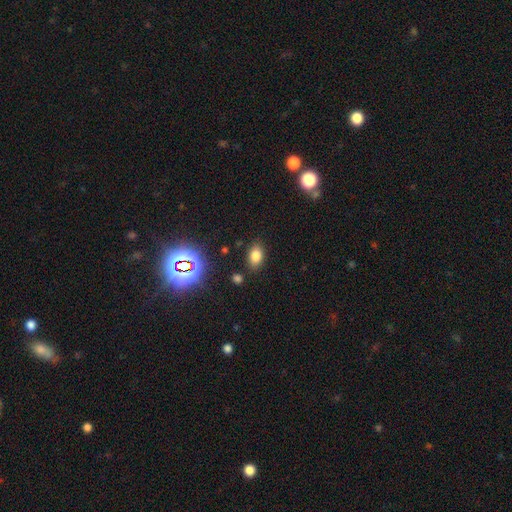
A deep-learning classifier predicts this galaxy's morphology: A smooth galaxy with no disk features (76%) that is in between round and cigar-shaped (85%).

Vote fractions:
- Smooth or featured? smooth: 76% / star or artifact: 16% / featured or disk: 8%
- How rounded? in between: 85% / round: 14% / cigar-shaped: 2%
- Merging? none: 83% / minor disturbance: 11% / major disturbance: 3% / merger: 3%